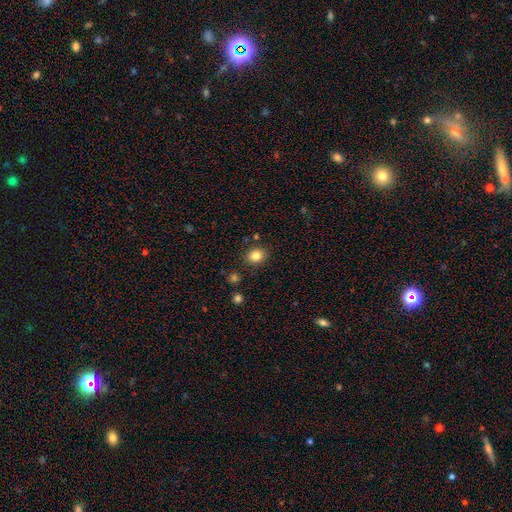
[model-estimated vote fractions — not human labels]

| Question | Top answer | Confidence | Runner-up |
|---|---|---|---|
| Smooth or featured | smooth | 84% | star or artifact (11%) |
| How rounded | round | 68% | in between (31%) |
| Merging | none | 87% | minor disturbance (8%) |